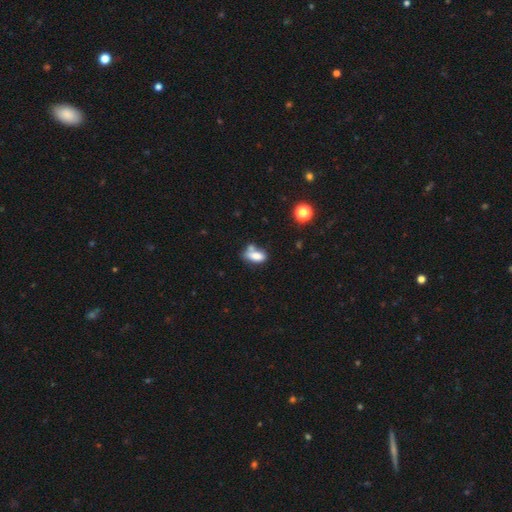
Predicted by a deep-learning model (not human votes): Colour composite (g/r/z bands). It shows a smooth galaxy with no disk features (77%) that is in between round and cigar-shaped (85%). Merging: none (40%).